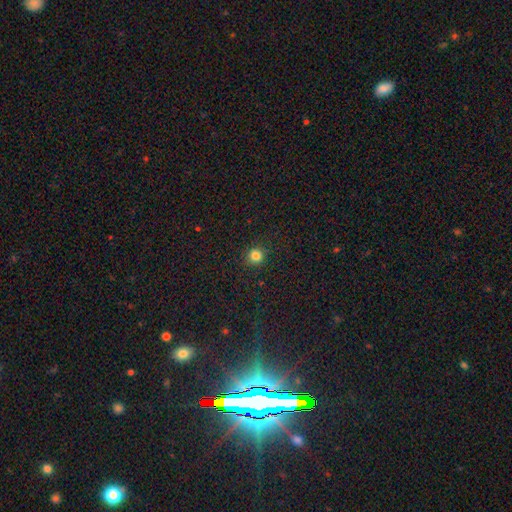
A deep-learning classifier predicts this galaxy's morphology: This appears to be a smooth galaxy with no disk features (83%) that is round (91%). Merging: none (89%).